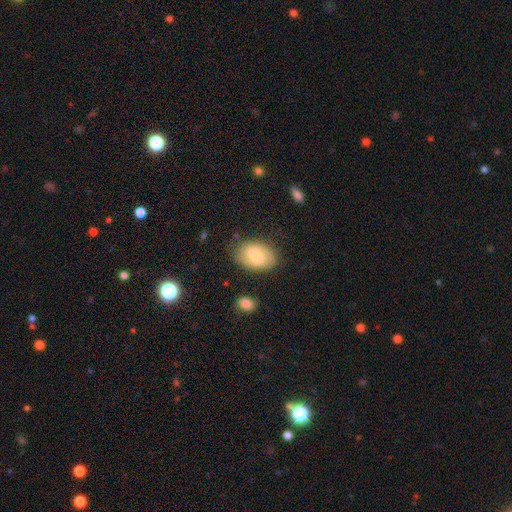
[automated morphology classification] Smooth or featured?
  - featured or disk: 48% *
  - smooth: 45%
  - star or artifact: 7%
Merging?
  - none: 78% *
  - minor disturbance: 15%
  - major disturbance: 4%
  - merger: 2%